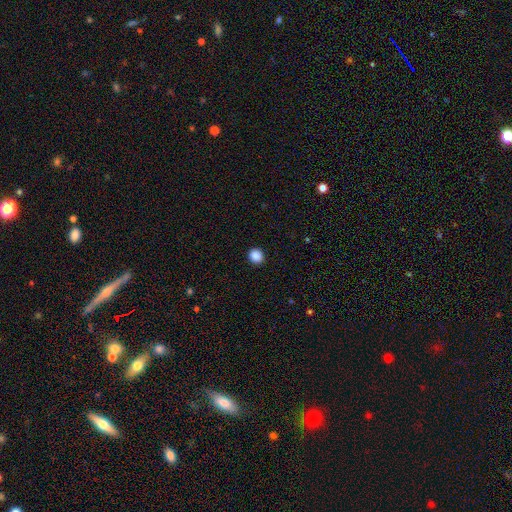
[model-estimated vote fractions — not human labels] This is clearly a smooth galaxy (88%). How rounded: clearly round (84%). Merging: clearly none (93%).